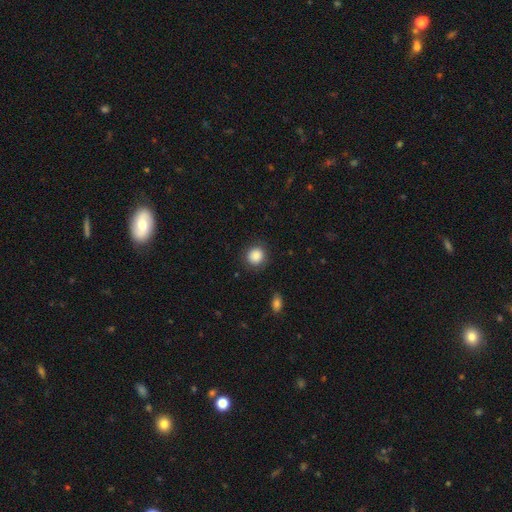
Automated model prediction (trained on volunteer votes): Overall: smooth (87%). How rounded: round (87%). Merging: none (87%).